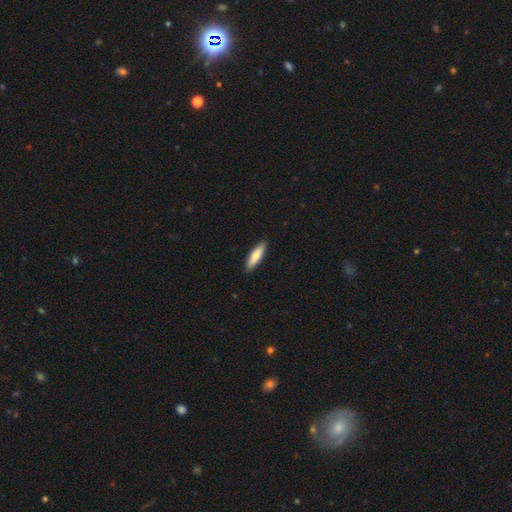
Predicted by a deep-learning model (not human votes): A smooth galaxy with no disk features (81%) that is cigar-shaped (67%). Merging: none (90%).